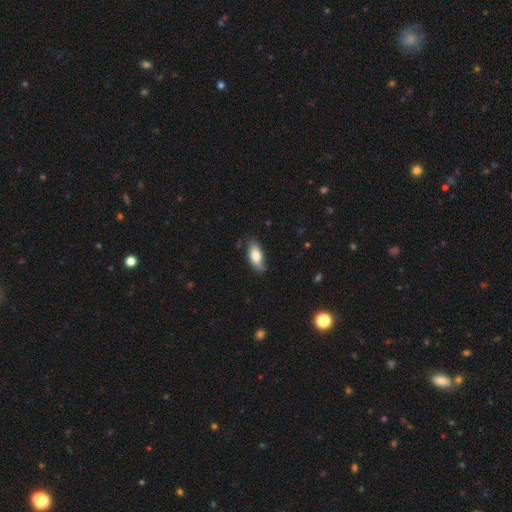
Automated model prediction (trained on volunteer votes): A smooth galaxy with no disk features (74%) that is in between round and cigar-shaped (84%).

Vote fractions:
- Smooth or featured? smooth: 74% / featured or disk: 20% / star or artifact: 6%
- How rounded? in between: 84% / cigar-shaped: 13% / round: 3%
- Merging? none: 69% / minor disturbance: 25% / major disturbance: 5% / merger: 2%